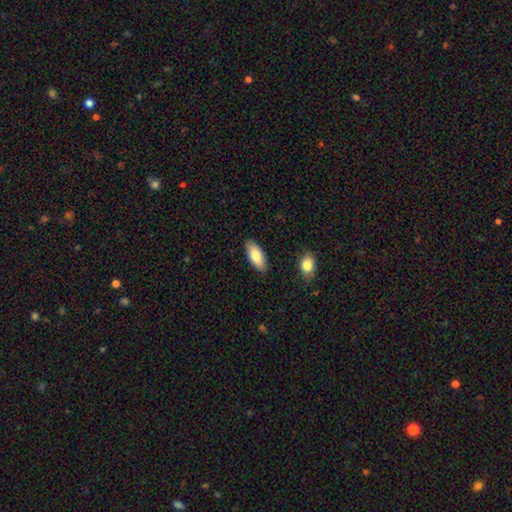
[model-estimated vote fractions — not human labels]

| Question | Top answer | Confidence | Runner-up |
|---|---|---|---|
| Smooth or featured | smooth | 81% | featured or disk (14%) |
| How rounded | in between | 88% | cigar-shaped (10%) |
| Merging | none | 87% | minor disturbance (9%) |